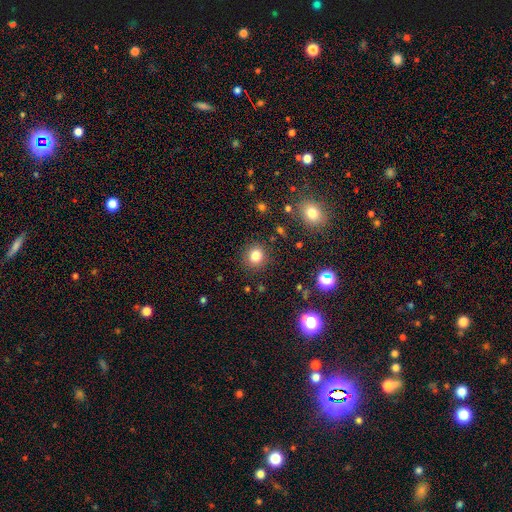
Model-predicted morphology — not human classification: Q: Smooth or featured?
A: smooth (81%); runner-up: star or artifact (13%)
Q: How rounded?
A: round (85%); runner-up: in between (14%)
Q: Merging?
A: none (88%); runner-up: minor disturbance (7%)